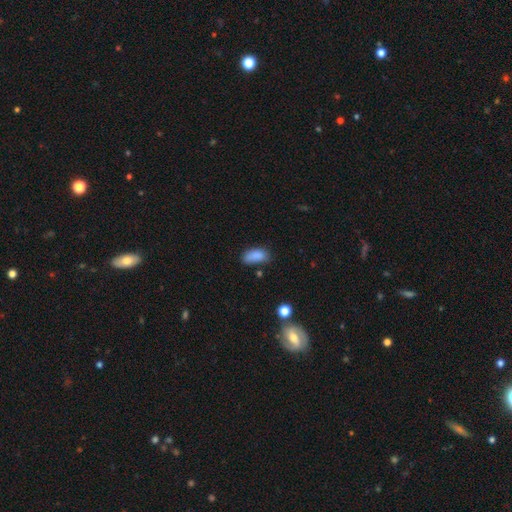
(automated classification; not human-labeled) The model was most divided on "merging": none: 62%, minor disturbance: 27%, major disturbance: 7%, merger: 4%. More confident: how rounded — in between (90%); smooth or featured — smooth (86%).